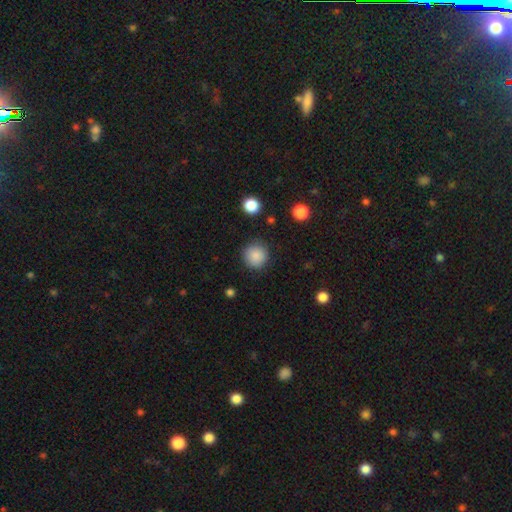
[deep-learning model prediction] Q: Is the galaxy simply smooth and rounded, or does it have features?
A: smooth — 87%.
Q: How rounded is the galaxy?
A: round — 94%.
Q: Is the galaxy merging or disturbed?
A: none — 88%.